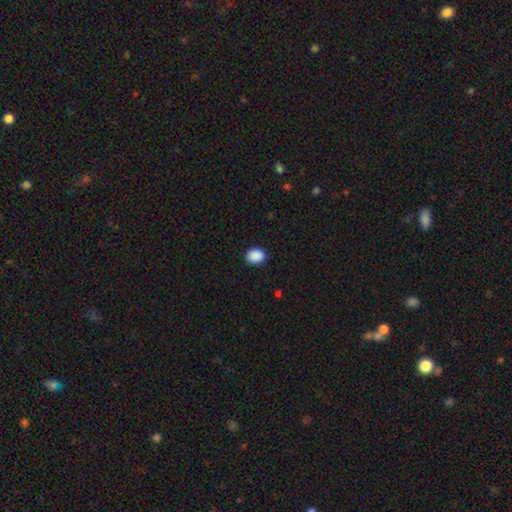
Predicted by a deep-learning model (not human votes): smooth-or-featured: smooth: 90% | star or artifact: 8% | featured or disk: 2%
  how-rounded: in between: 52% | round: 48% | cigar-shaped: 1%
  merging: none: 90% | minor disturbance: 8% | major disturbance: 2% | merger: 1%